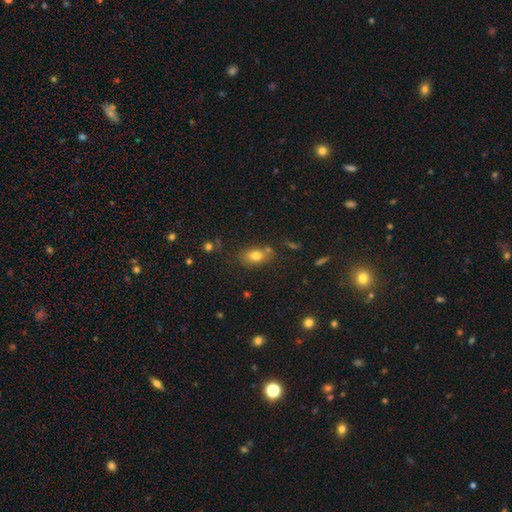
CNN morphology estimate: This appears to be a smooth galaxy with no disk features (76%) that is in between round and cigar-shaped (76%). Merging: none (68%).